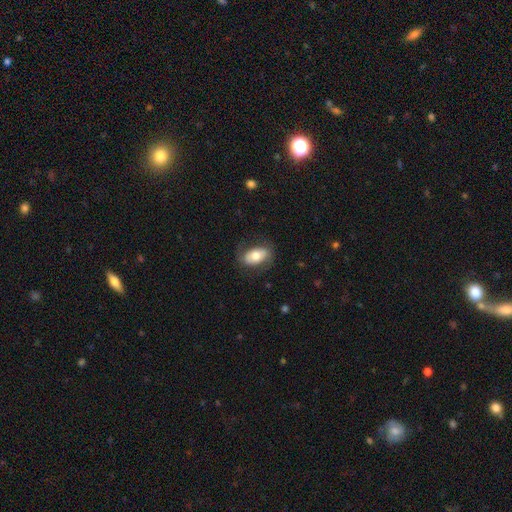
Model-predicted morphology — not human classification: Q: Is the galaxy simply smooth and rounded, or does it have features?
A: smooth — 66%.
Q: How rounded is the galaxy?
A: in between — 90%.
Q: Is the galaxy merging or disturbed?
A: none — 74%.